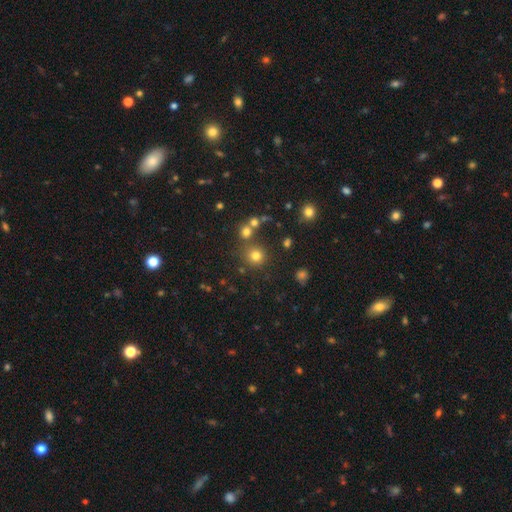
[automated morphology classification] A smooth galaxy with no disk features (75%) that is round (92%). Merging: none (76%).